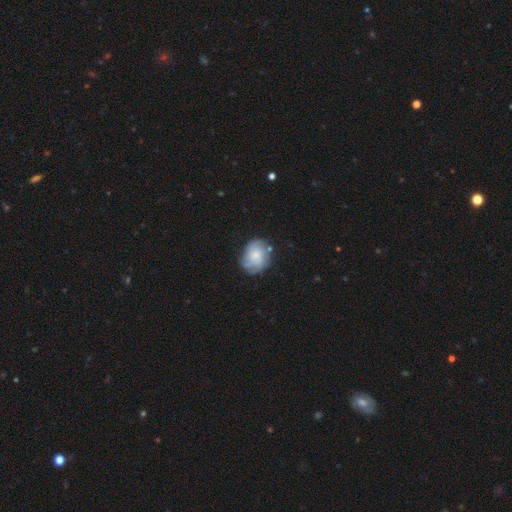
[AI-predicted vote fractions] A featured or disk galaxy (46%, tied with smooth). Merging: none (61%).